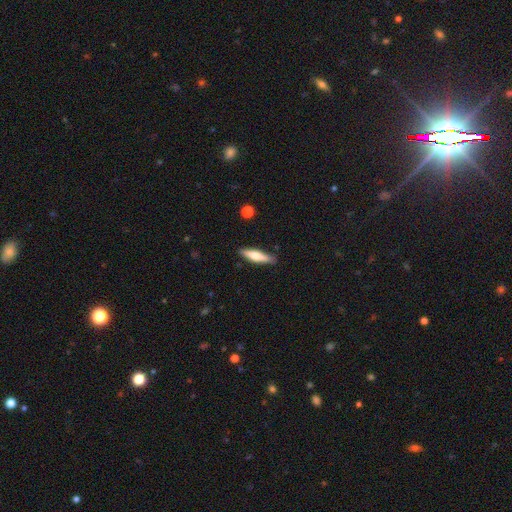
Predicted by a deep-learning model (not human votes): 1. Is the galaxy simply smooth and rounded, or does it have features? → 58% smooth, 36% featured or disk, 6% star or artifact.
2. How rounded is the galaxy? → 74% cigar-shaped, 24% in between, 2% round.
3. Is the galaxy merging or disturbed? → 85% none, 11% minor disturbance, 2% major disturbance, 2% merger.